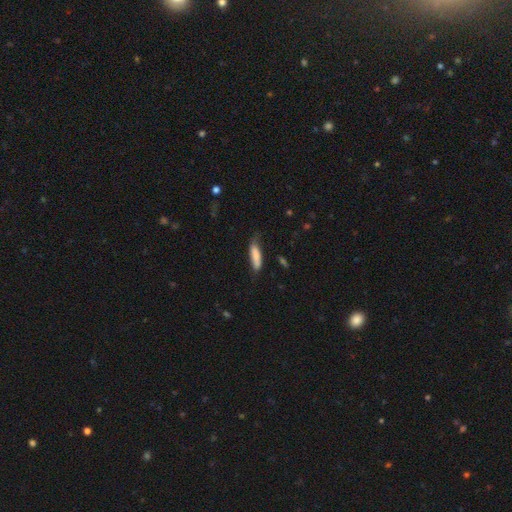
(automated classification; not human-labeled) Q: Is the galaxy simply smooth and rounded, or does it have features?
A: smooth — 78%.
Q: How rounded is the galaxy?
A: cigar-shaped — 64%.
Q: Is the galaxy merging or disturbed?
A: none — 59%.